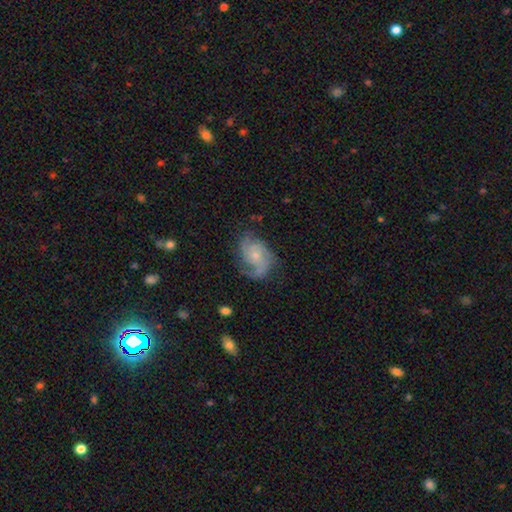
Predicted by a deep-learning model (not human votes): smooth_or_featured: featured or disk (p=0.83) [alt: smooth p=0.11]
disk_edge_on: no (p=0.98) [alt: yes p=0.02]
bar: no (p=0.72) [alt: weak p=0.25]
has_spiral_arms: yes (p=0.96) [alt: no p=0.04]
spiral_winding: medium (p=0.47) [alt: tight p=0.37]
spiral_arm_count: 3 (p=0.37) [alt: 2 p=0.32]
bulge_size: small (p=0.64) [alt: moderate p=0.30]
merging: none (p=0.65) [alt: minor disturbance p=0.22]